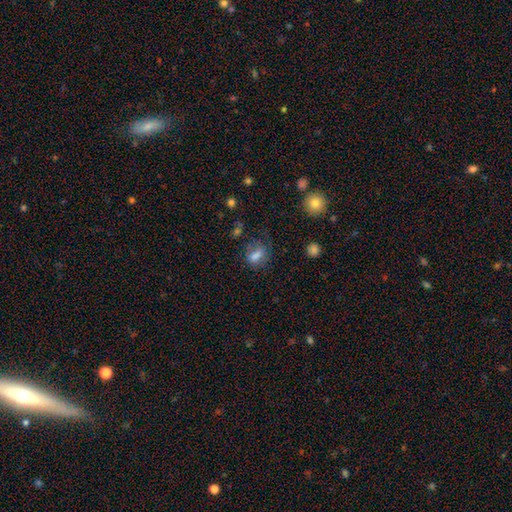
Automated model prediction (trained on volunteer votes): The model was most divided on "merging": none: 58%, minor disturbance: 24%, major disturbance: 14%, merger: 4%. More confident: smooth or featured — smooth (74%); how rounded — in between (69%).